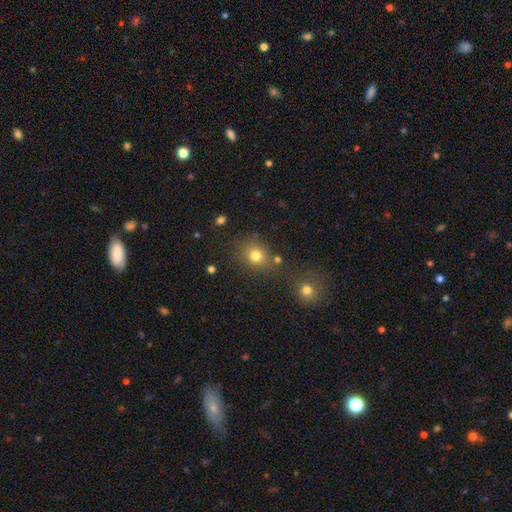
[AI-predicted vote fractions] This is likely a smooth galaxy (76%). How rounded: likely round (76%). Merging: likely none (72%).